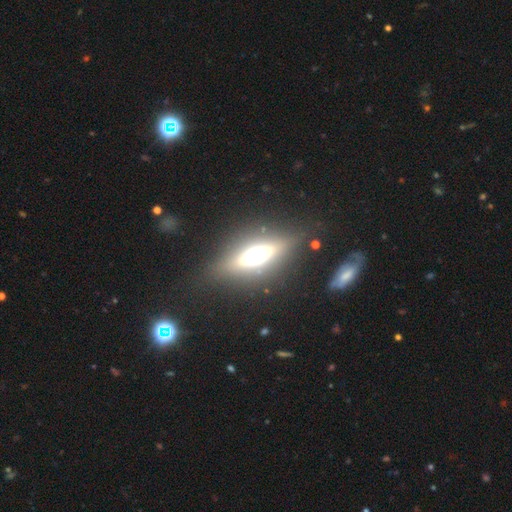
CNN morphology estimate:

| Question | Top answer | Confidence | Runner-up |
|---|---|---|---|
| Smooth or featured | featured or disk | 59% | smooth (25%) |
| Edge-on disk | yes | 86% | no (14%) |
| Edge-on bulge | rounded | 85% | boxy (12%) |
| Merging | none | 82% | minor disturbance (11%) |